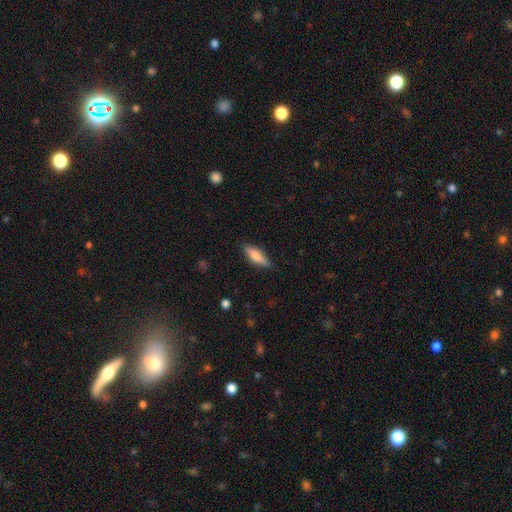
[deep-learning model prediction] Q: Smooth or featured?
A: smooth (67%); runner-up: featured or disk (27%)
Q: How rounded?
A: cigar-shaped (49%); runner-up: in between (48%)
Q: Merging?
A: none (85%); runner-up: minor disturbance (11%)